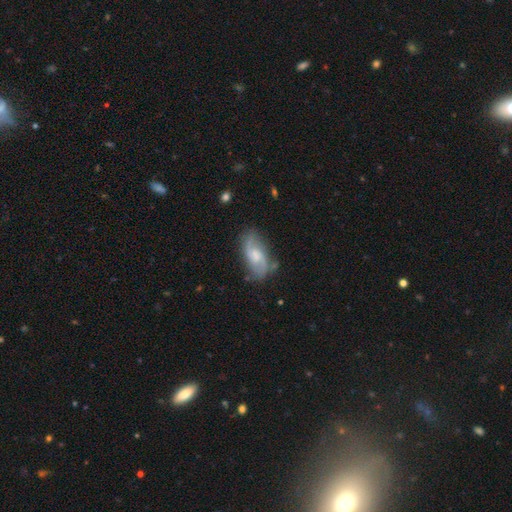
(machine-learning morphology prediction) This appears to be a featured or disk galaxy (68%) with no bar (49%), 2 (83%) loose (45%) spiral arms (90%) and a moderate central bulge (42%). Merging: none (69%).